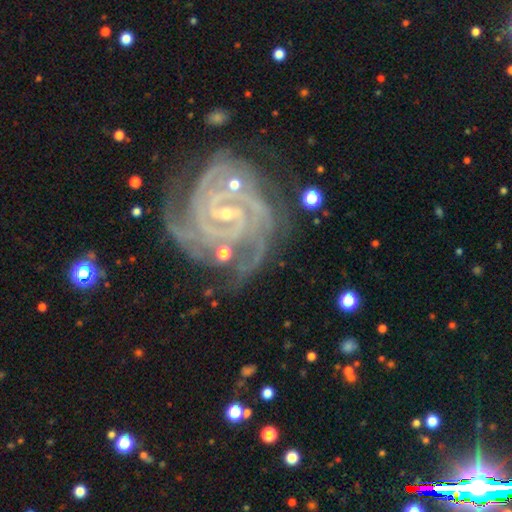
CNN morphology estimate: The model was most divided on "spiral arm count": 3: 28%, 4: 23%, 2: 20%, can't tell: 13%, more than 4: 9%, 1: 7%. Remaining: spiral arms — yes (99%); edge-on disk — no (98%); smooth or featured — featured or disk (91%); bulge size — small (80%); spiral winding — tight (78%); merging — none (62%); bar — weak (42%).